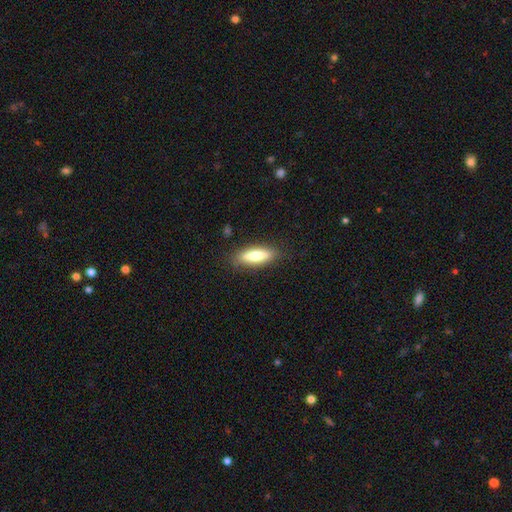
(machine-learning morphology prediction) Smooth or featured: smooth — 72% (featured or disk — 22%)
How rounded: cigar-shaped — 53% (in between — 45%)
Merging: none — 85% (minor disturbance — 11%)